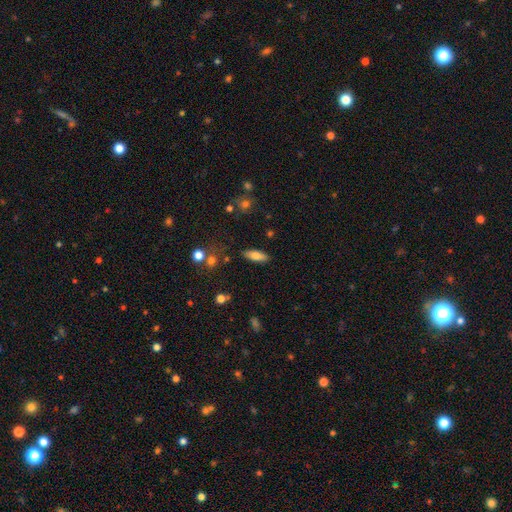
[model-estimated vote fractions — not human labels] Overall: smooth (74%). How rounded: in between (71%). Merging: none (84%).